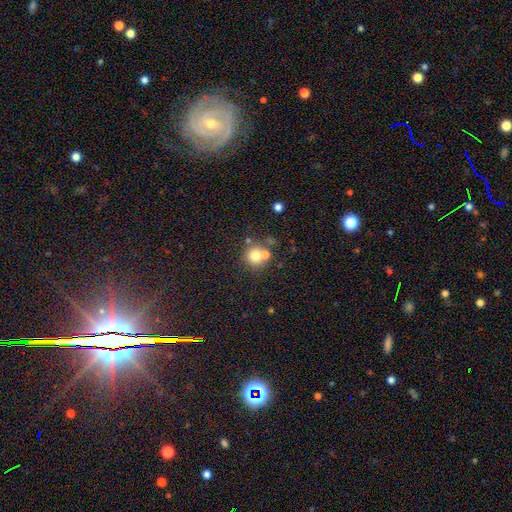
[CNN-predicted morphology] smooth 73%, featured or disk 14%, star or artifact 14%. Down the decision tree: how rounded — round (90%); merging — none (55%).